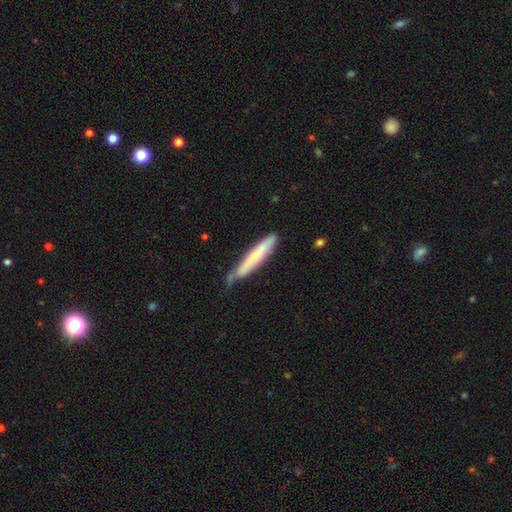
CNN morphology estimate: Smooth or featured?
  - smooth: 66% *
  - featured or disk: 28%
  - star or artifact: 6%
How rounded?
  - cigar-shaped: 93% *
  - in between: 6%
  - round: 1%
Merging?
  - none: 56% *
  - minor disturbance: 33%
  - major disturbance: 8%
  - merger: 3%